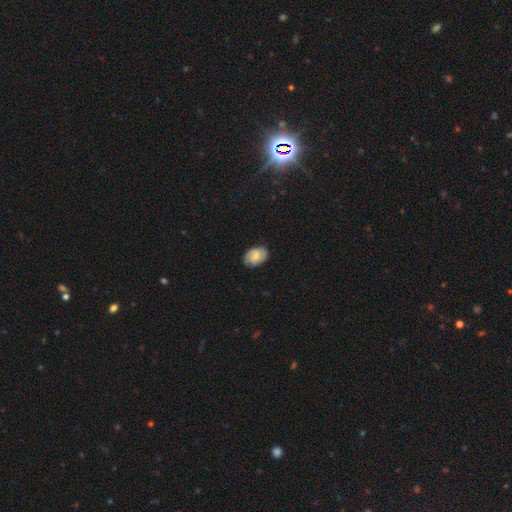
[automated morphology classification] smooth-or-featured: smooth: 62% | featured or disk: 30% | star or artifact: 8%
  how-rounded: in between: 84% | round: 14% | cigar-shaped: 1%
  merging: none: 78% | minor disturbance: 18% | major disturbance: 3% | merger: 1%